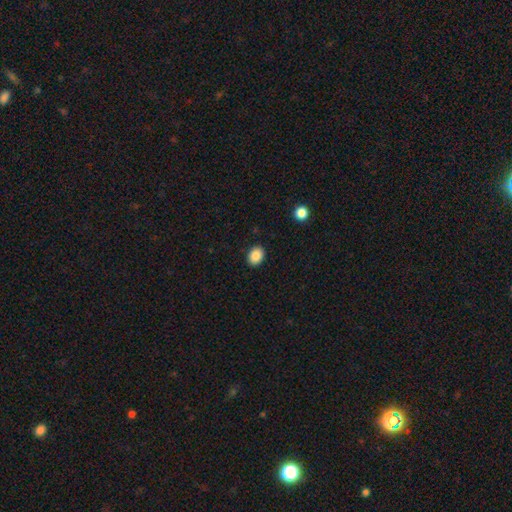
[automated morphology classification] Smooth or featured? smooth (87%)
How rounded? in between (63%)
Merging? none (90%)